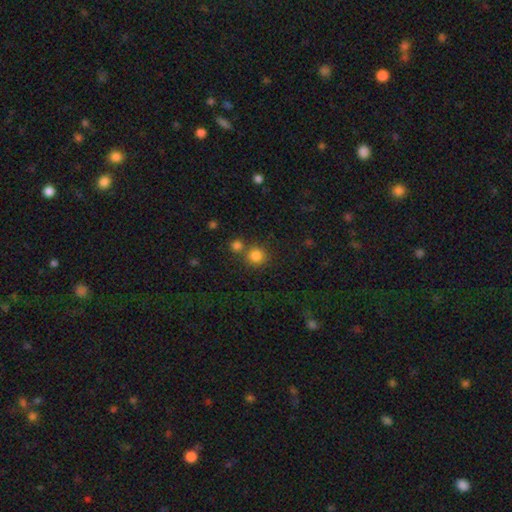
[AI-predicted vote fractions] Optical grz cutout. It shows a smooth galaxy with no disk features (82%) that is round (91%). Merging: none (68%).